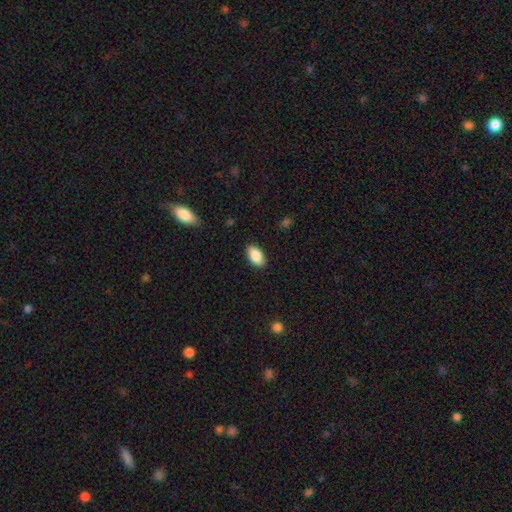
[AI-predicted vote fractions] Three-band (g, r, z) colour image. It shows a smooth galaxy with no disk features (87%) that is in between round and cigar-shaped (93%). Merging: none (87%).